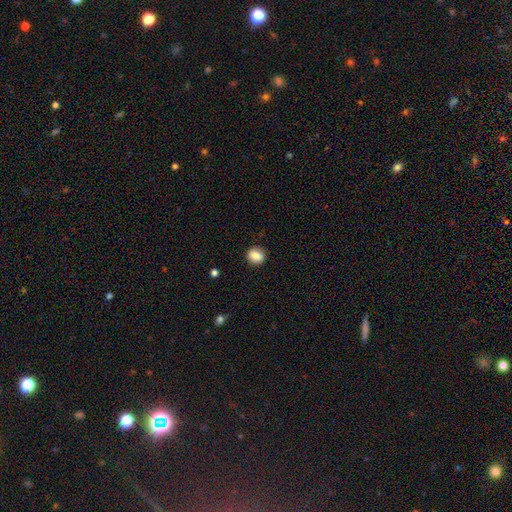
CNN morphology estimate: Q: Smooth or featured?
A: smooth (85%); runner-up: star or artifact (8%)
Q: How rounded?
A: round (59%); runner-up: in between (39%)
Q: Merging?
A: none (86%); runner-up: minor disturbance (10%)